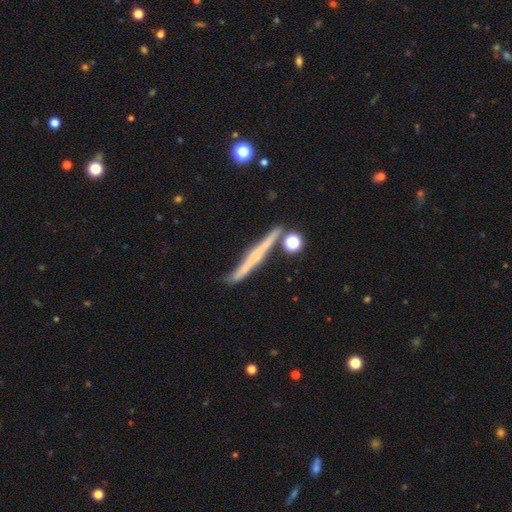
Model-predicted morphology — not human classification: The model was most divided on "smooth or featured": featured or disk: 59%, smooth: 34%, star or artifact: 7%. More confident: edge-on disk — yes (96%); merging — none (79%); edge-on bulge — none (60%).